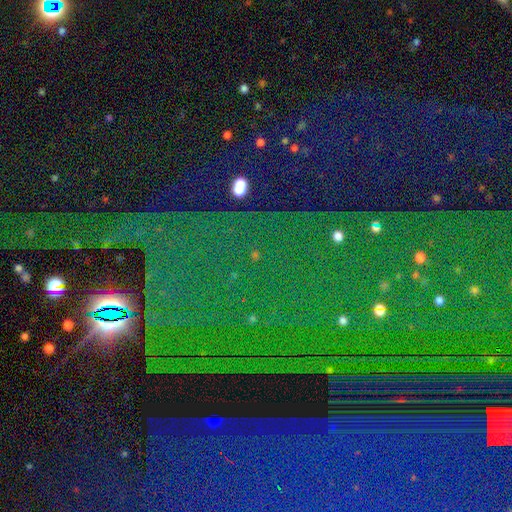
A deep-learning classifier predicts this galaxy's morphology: Smooth or featured? Predicted: star or artifact (p=0.87).